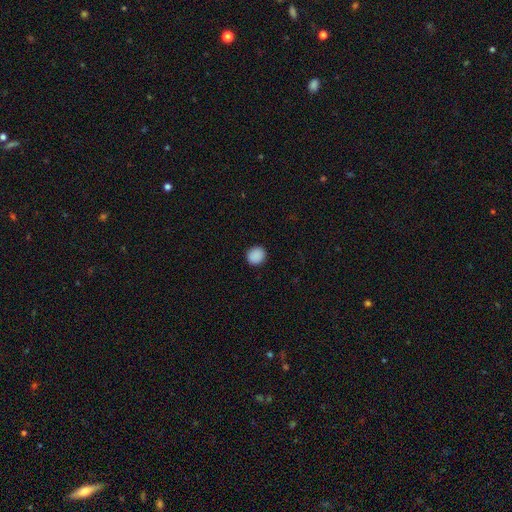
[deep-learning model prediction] The model was most divided on "how rounded": round: 83%, in between: 16%, cigar-shaped: 1%. More confident: merging — none (92%); smooth or featured — smooth (89%).